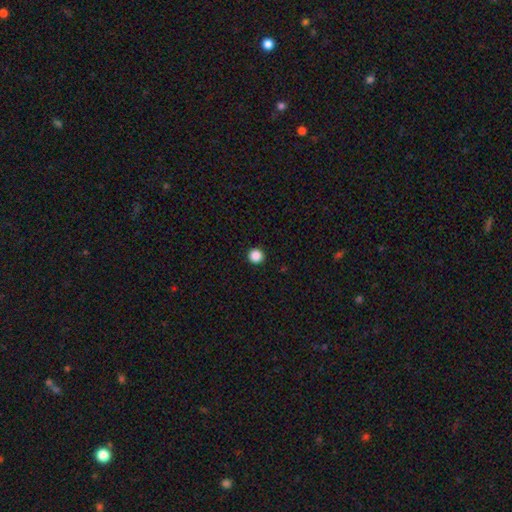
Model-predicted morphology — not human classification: smooth_or_featured: smooth (p=0.87) [alt: star or artifact p=0.10]
how_rounded: round (p=0.97) [alt: in between p=0.03]
merging: none (p=0.94) [alt: minor disturbance p=0.04]